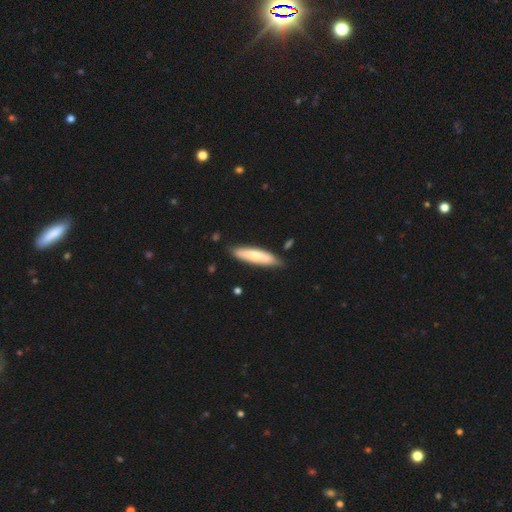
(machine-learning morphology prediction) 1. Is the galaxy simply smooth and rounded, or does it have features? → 68% smooth, 27% featured or disk, 5% star or artifact.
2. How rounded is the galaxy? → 78% cigar-shaped, 21% in between, 1% round.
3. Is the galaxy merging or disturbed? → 82% none, 14% minor disturbance, 2% major disturbance, 2% merger.